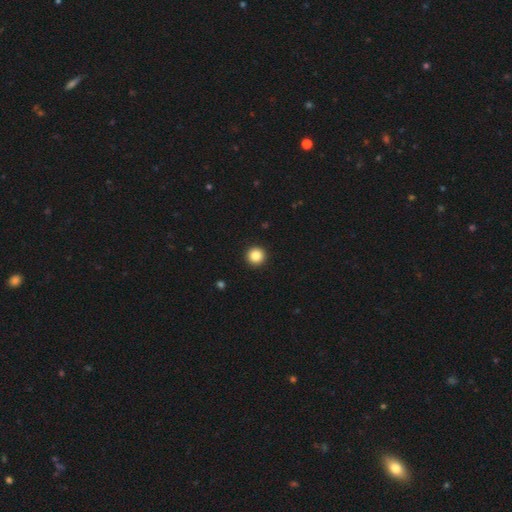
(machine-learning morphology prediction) smooth 86%, star or artifact 10%, featured or disk 4%. Down the decision tree: how rounded — round (96%); merging — none (94%).